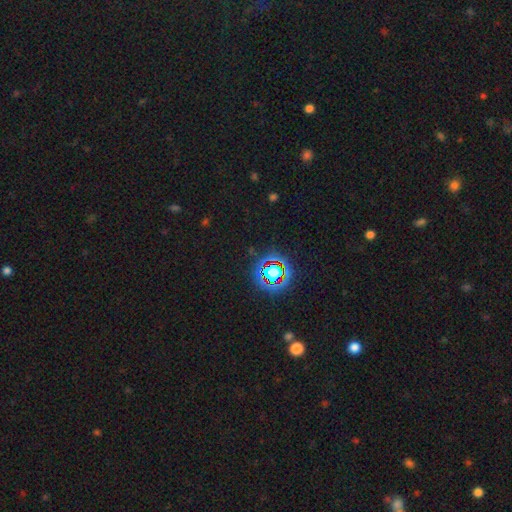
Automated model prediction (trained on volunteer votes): Overall: star or artifact (78%).